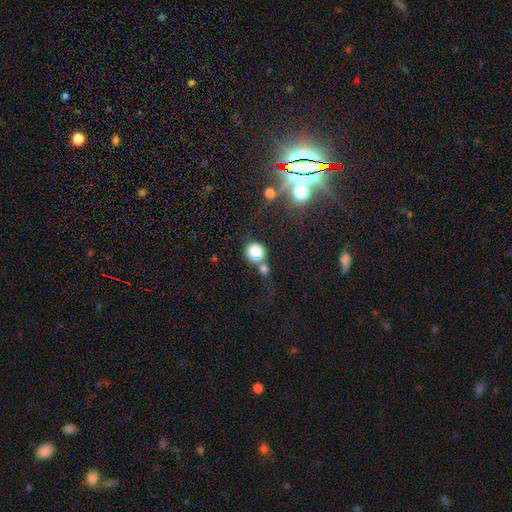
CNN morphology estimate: Smooth or featured? smooth (70%)
How rounded? round (86%)
Merging? none (64%)